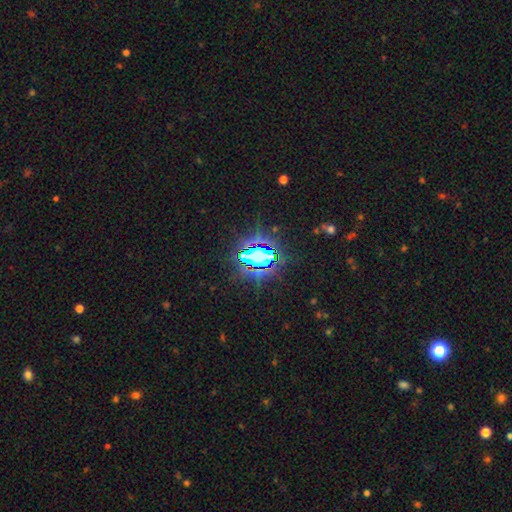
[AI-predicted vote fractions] smooth_or_featured: star or artifact (p=0.72) [alt: smooth p=0.17]